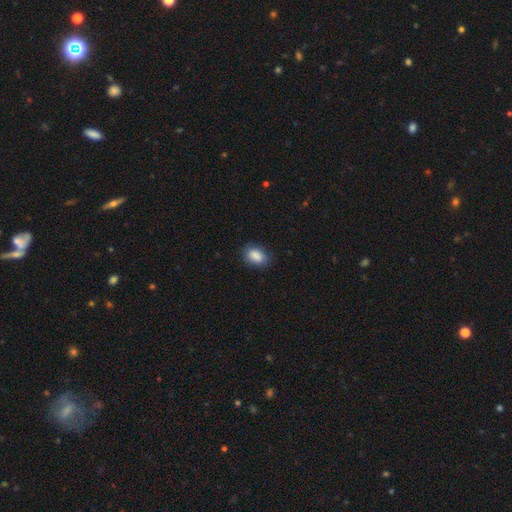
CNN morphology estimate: Smooth or featured: smooth — 88% (star or artifact — 8%)
How rounded: in between — 83% (round — 15%)
Merging: none — 82% (minor disturbance — 14%)